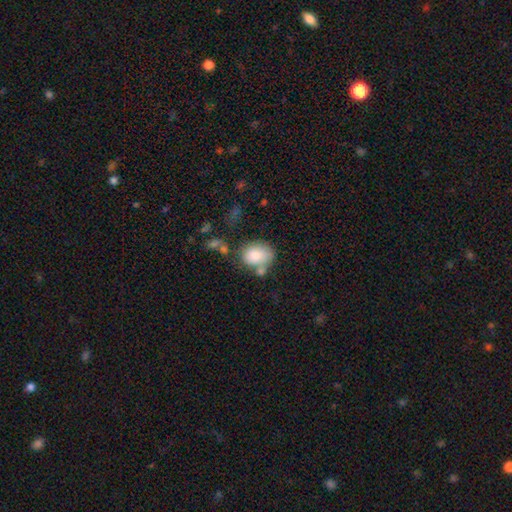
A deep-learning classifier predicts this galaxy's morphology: smooth 82%, featured or disk 10%, star or artifact 8%. Down the decision tree: how rounded — in between (62%); merging — none (52%).